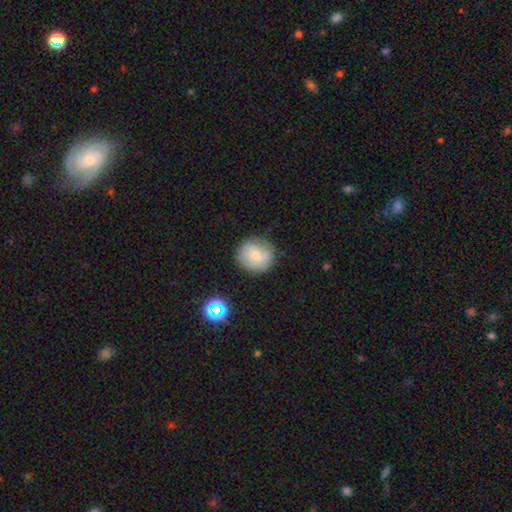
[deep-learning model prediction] smooth-or-featured: smooth: 66% | featured or disk: 25% | star or artifact: 9%
  how-rounded: round: 89% | in between: 10% | cigar-shaped: 1%
  merging: none: 80% | minor disturbance: 14% | major disturbance: 4% | merger: 2%